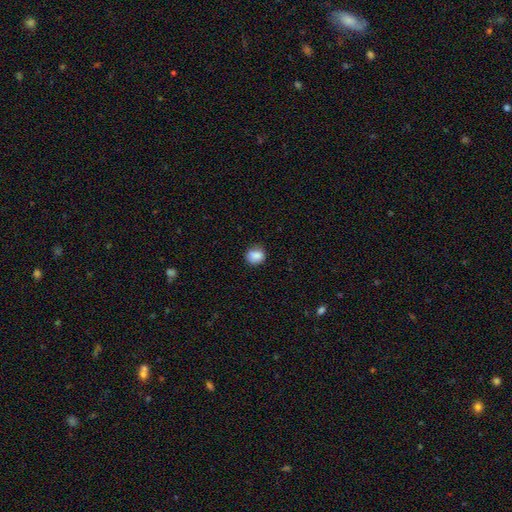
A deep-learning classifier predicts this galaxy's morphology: Smooth or featured: smooth — 86% (star or artifact — 9%)
How rounded: round — 71% (in between — 28%)
Merging: none — 78% (minor disturbance — 17%)